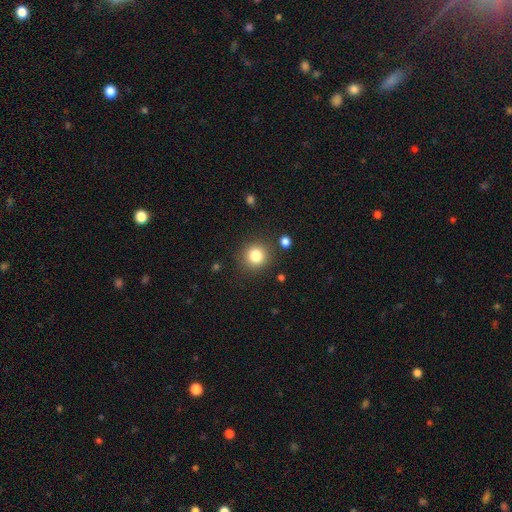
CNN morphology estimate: type=smooth (83%); roundness=round (91%); merging=none (87%).